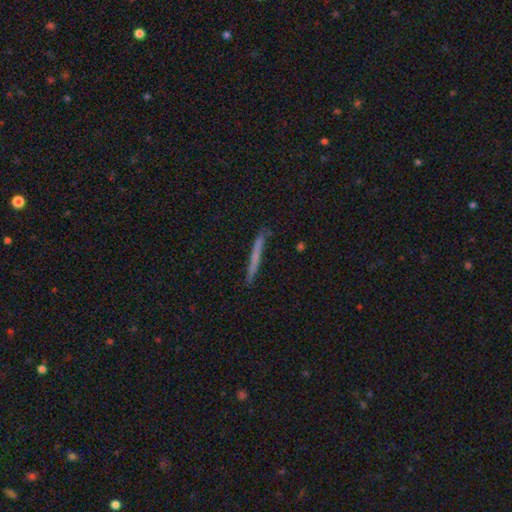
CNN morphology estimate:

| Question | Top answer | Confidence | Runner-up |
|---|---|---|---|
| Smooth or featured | smooth | 57% | featured or disk (36%) |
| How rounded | cigar-shaped | 96% | in between (2%) |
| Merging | none | 88% | minor disturbance (9%) |